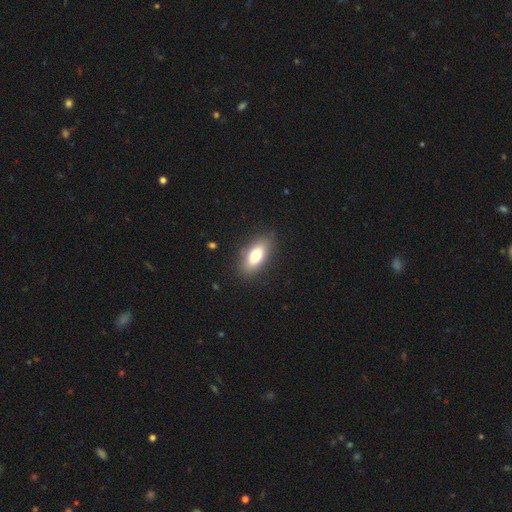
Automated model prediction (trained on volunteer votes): Smooth or featured? smooth (74%)
How rounded? in between (84%)
Merging? none (85%)